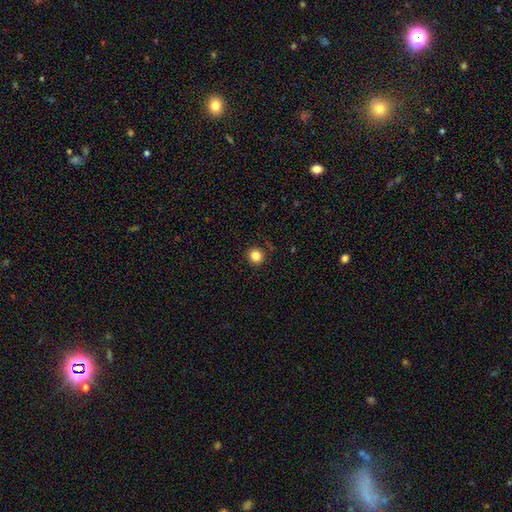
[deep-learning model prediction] The model was most divided on "smooth or featured": smooth: 84%, star or artifact: 11%, featured or disk: 5%. More confident: how rounded — round (94%); merging — none (91%).